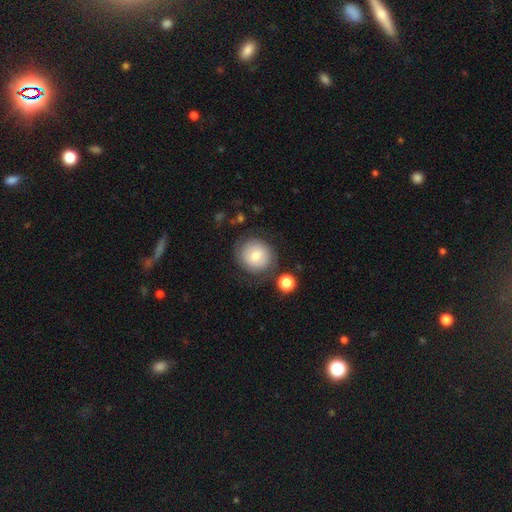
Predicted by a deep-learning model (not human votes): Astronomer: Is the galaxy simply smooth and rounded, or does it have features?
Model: smooth — 62%.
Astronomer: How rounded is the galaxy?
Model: round — 88%.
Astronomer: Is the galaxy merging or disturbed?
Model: none — 74%.